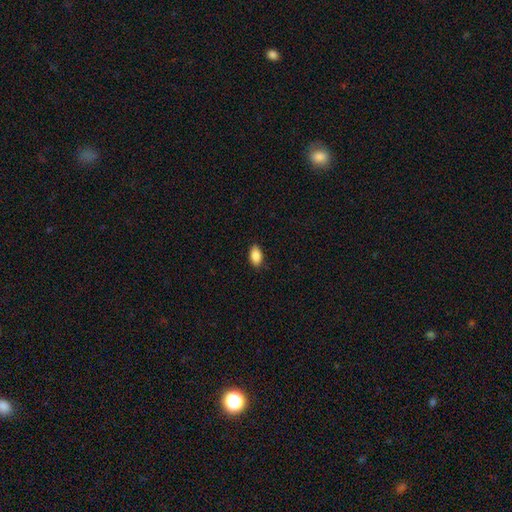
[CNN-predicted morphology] Q: Smooth or featured?
A: smooth (88%); runner-up: star or artifact (7%)
Q: How rounded?
A: in between (92%); runner-up: round (5%)
Q: Merging?
A: none (87%); runner-up: minor disturbance (10%)